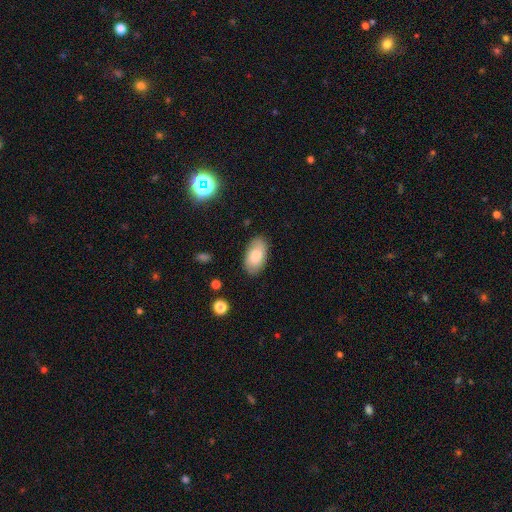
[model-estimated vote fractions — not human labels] Morphology: type=smooth (63%); roundness=in between (94%); merging=none (81%).